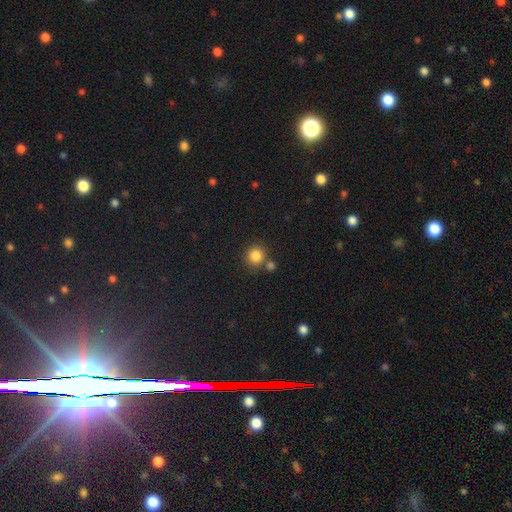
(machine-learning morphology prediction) Smooth or featured?
  - smooth: 84% *
  - star or artifact: 11%
  - featured or disk: 5%
How rounded?
  - round: 90% *
  - in between: 9%
  - cigar-shaped: 1%
Merging?
  - none: 72% *
  - merger: 16%
  - minor disturbance: 9%
  - major disturbance: 3%